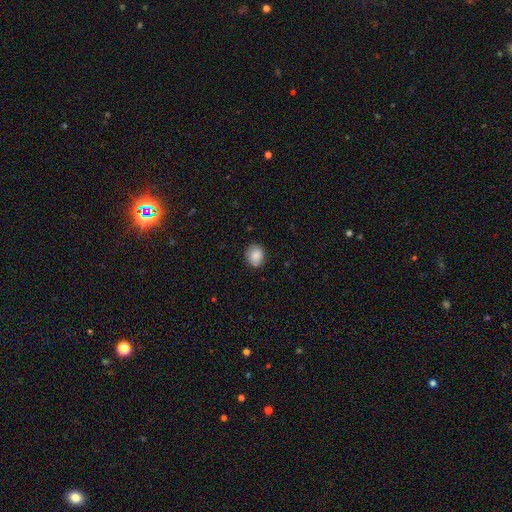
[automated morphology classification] type=smooth (86%); roundness=round (73%); merging=none (86%).